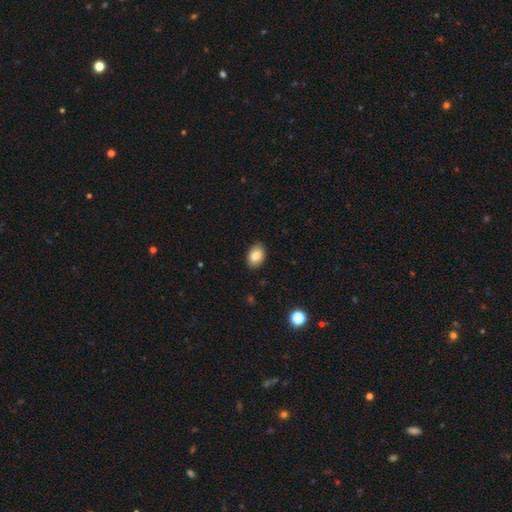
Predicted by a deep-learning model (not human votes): The model was most divided on "how rounded": in between: 84%, round: 15%, cigar-shaped: 1%. More confident: merging — none (88%); smooth or featured — smooth (86%).